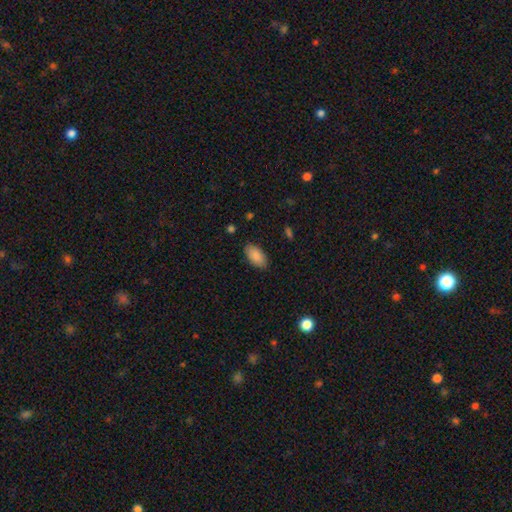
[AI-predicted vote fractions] smooth 89%, star or artifact 6%, featured or disk 4%. Down the decision tree: how rounded — in between (95%); merging — none (86%).